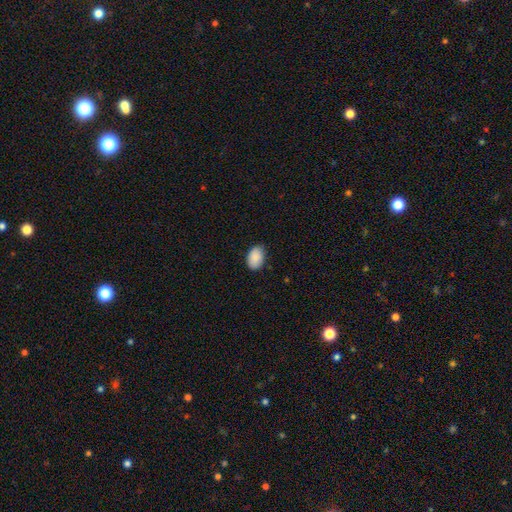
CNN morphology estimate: Smooth or featured: smooth — 89% (star or artifact — 7%)
How rounded: in between — 87% (round — 12%)
Merging: none — 81% (minor disturbance — 16%)